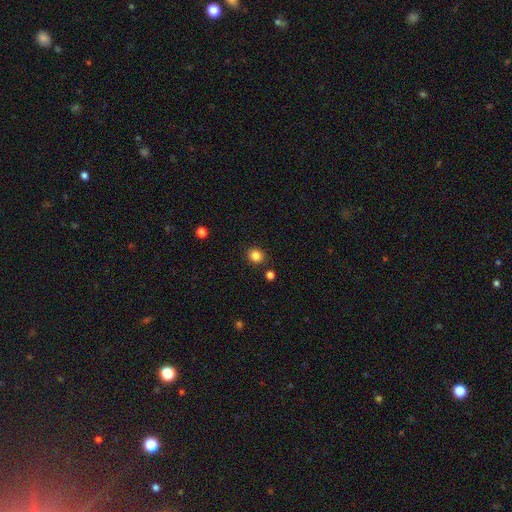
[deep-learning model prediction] Q: Smooth or featured?
A: smooth (84%); runner-up: star or artifact (11%)
Q: How rounded?
A: round (75%); runner-up: in between (24%)
Q: Merging?
A: none (88%); runner-up: minor disturbance (7%)